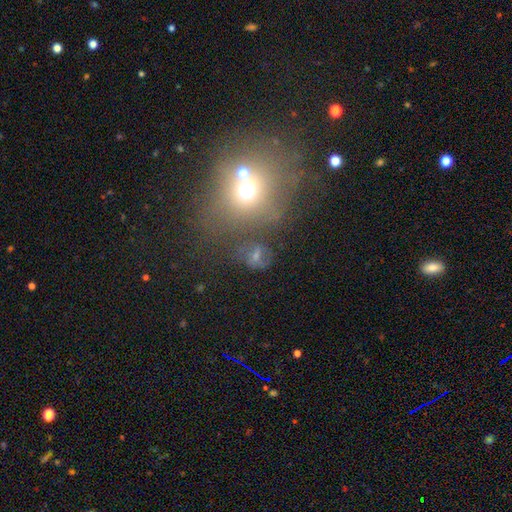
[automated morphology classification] Smooth or featured?
  - smooth: 41% *
  - featured or disk: 30%
  - star or artifact: 29%
Merging?
  - none: 54% *
  - minor disturbance: 18%
  - major disturbance: 17%
  - merger: 11%